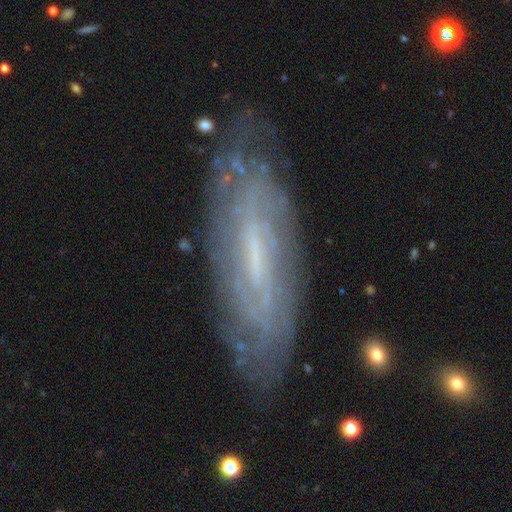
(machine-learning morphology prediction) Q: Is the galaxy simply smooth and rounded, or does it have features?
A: featured or disk — 76%.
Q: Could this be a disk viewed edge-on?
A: no — 78%.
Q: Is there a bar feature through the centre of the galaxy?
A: weak — 47%.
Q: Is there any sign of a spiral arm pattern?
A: yes — 86%.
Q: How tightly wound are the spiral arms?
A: tight — 72%.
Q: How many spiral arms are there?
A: can't tell — 67%.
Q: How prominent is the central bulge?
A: small — 52%.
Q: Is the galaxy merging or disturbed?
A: none — 80%.